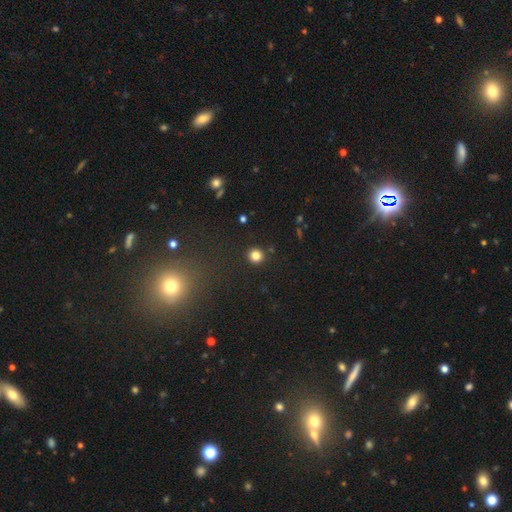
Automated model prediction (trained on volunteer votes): Smooth or featured: smooth — 82% (star or artifact — 13%)
How rounded: round — 92% (in between — 7%)
Merging: none — 91% (minor disturbance — 5%)